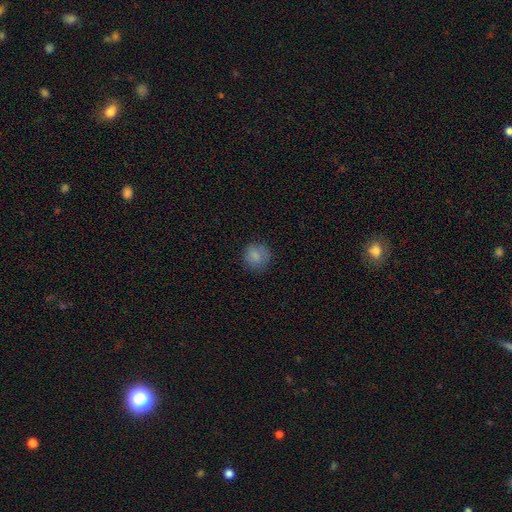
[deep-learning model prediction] Smooth or featured? smooth (83%)
How rounded? round (87%)
Merging? none (80%)